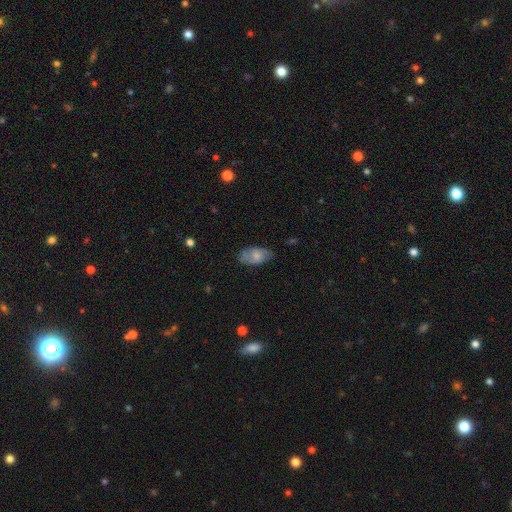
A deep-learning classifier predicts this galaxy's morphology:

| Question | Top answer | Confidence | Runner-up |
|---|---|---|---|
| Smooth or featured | smooth | 61% | featured or disk (32%) |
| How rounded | in between | 93% | round (4%) |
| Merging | none | 66% | minor disturbance (26%) |